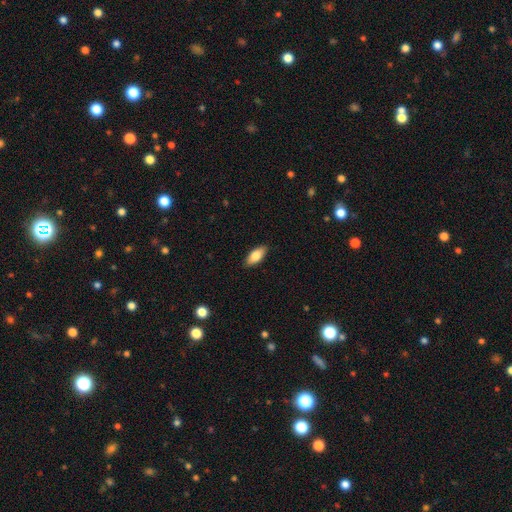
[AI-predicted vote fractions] A smooth galaxy with no disk features (81%) that is in between round and cigar-shaped (85%).

Vote fractions:
- Smooth or featured? smooth: 81% / featured or disk: 13% / star or artifact: 6%
- How rounded? in between: 85% / cigar-shaped: 12% / round: 2%
- Merging? none: 88% / minor disturbance: 9% / major disturbance: 2% / merger: 1%